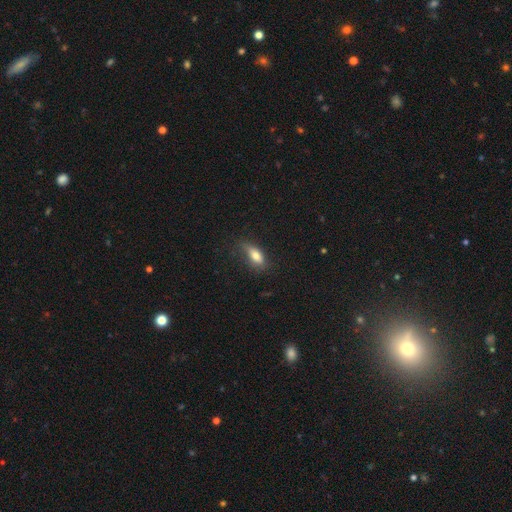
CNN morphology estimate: smooth-or-featured: smooth: 76% | featured or disk: 15% | star or artifact: 8%
  how-rounded: in between: 76% | cigar-shaped: 20% | round: 4%
  merging: none: 60% | minor disturbance: 28% | major disturbance: 10% | merger: 2%